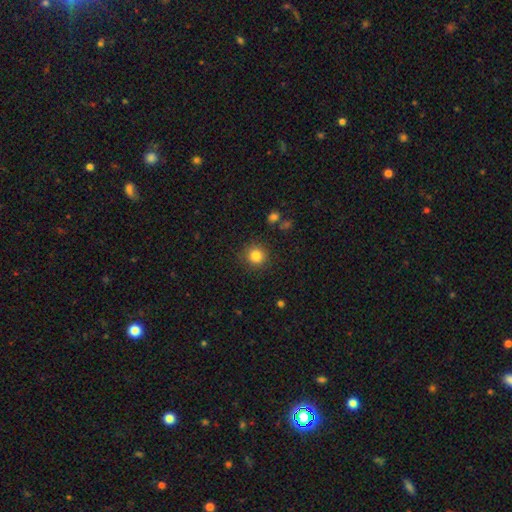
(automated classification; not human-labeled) The model was most divided on "smooth or featured": smooth: 84%, star or artifact: 11%, featured or disk: 5%. More confident: how rounded — round (92%); merging — none (88%).